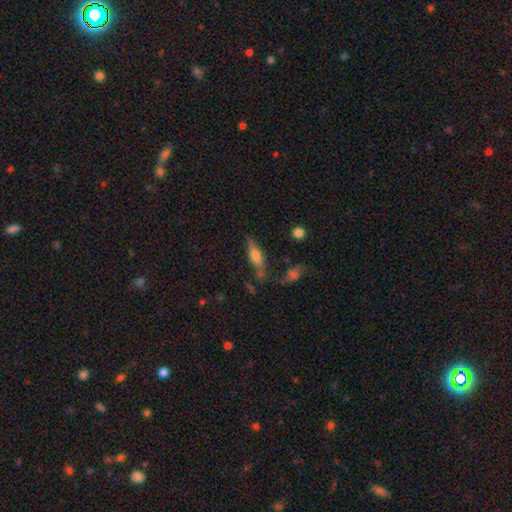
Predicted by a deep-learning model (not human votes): Q: Smooth or featured?
A: smooth (54%); runner-up: featured or disk (38%)
Q: How rounded?
A: cigar-shaped (52%); runner-up: in between (45%)
Q: Merging?
A: none (59%); runner-up: minor disturbance (21%)